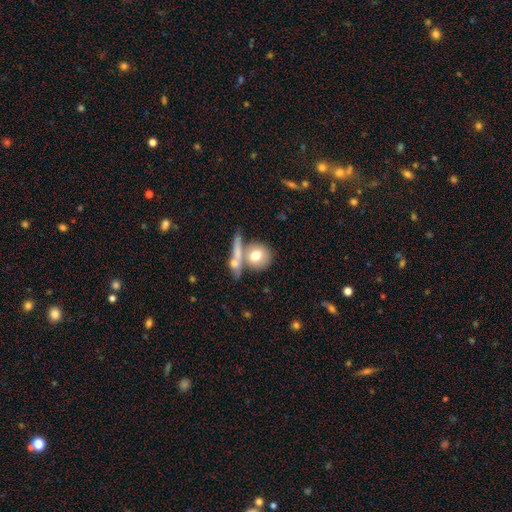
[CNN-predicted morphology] This appears to be a smooth galaxy with no disk features (70%) that is round (74%). Merging: none (47%).